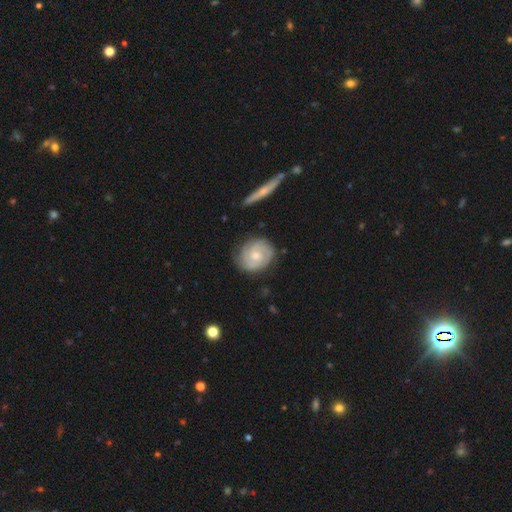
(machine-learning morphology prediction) This is likely a featured or disk galaxy (70%). It is clearly not viewed edge-on (97%). Bar: likely no (70%). Spiral arm pattern: clearly yes (92%). Spiral arm count: marginally 2 (44%). Spiral winding: likely tight (65%). Central bulge: possibly moderate (53%). Merging: likely none (79%).